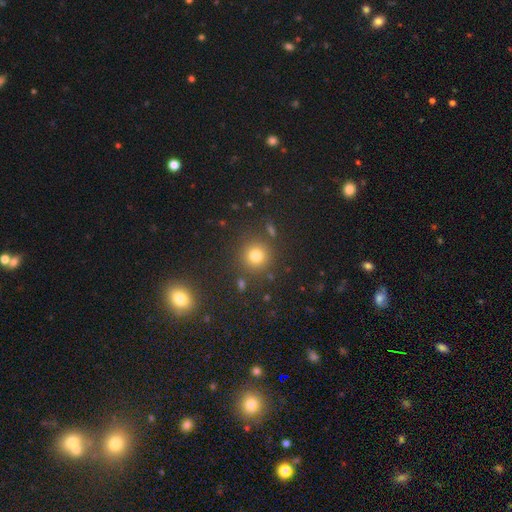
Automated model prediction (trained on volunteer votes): Smooth or featured? Predicted: smooth (p=0.77). How rounded? Predicted: round (p=0.92). Merging? Predicted: none (p=0.84).